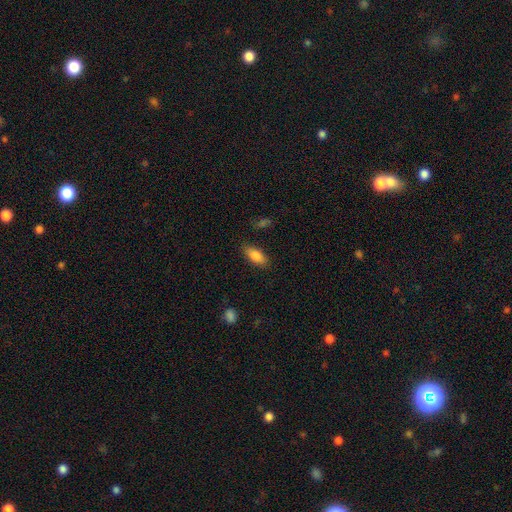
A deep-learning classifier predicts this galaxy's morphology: This appears to be a smooth galaxy with no disk features (84%) that is in between round and cigar-shaped (81%). Merging: none (84%).